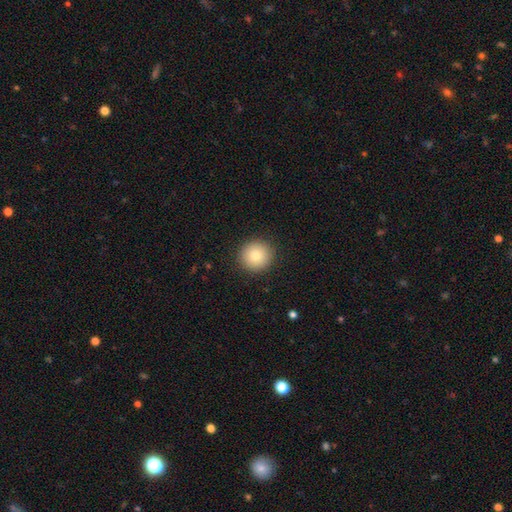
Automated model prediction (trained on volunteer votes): Smooth or featured: smooth — 82% (star or artifact — 10%)
How rounded: round — 94% (in between — 5%)
Merging: none — 92% (minor disturbance — 6%)